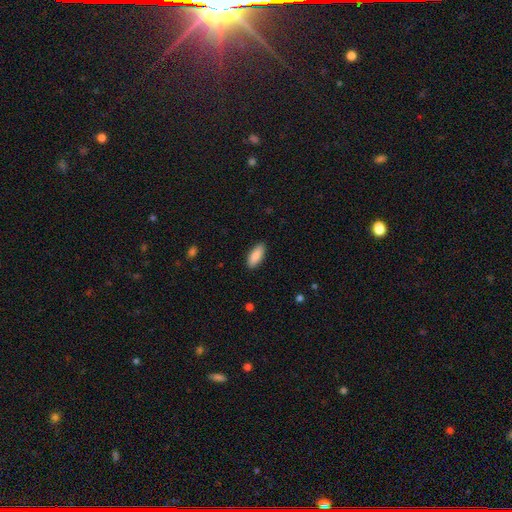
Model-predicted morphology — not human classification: This is clearly a smooth galaxy (90%). How rounded: clearly in between (80%). Merging: clearly none (89%).